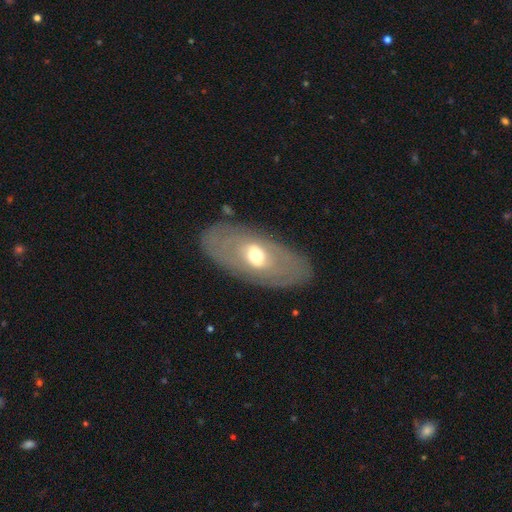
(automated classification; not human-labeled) Smooth or featured? Predicted: featured or disk (p=0.60). Edge-on disk? Predicted: no (p=0.84). Bar? Predicted: no (p=0.43). Spiral arms? Predicted: no (p=0.73). Bulge size? Predicted: moderate (p=0.68). Merging? Predicted: none (p=0.82).